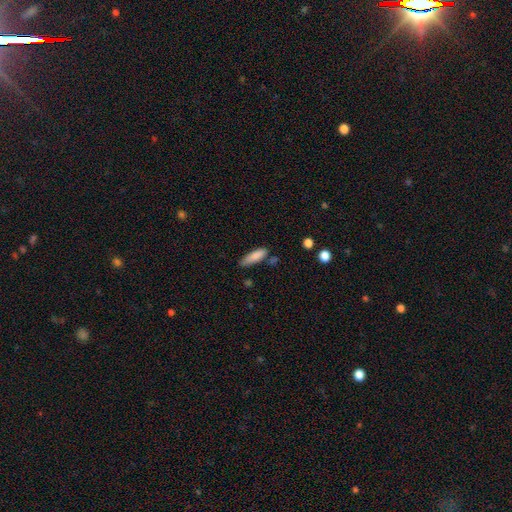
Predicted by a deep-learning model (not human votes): Smooth or featured? Predicted: smooth (p=0.84). How rounded? Predicted: cigar-shaped (p=0.59). Merging? Predicted: none (p=0.68).